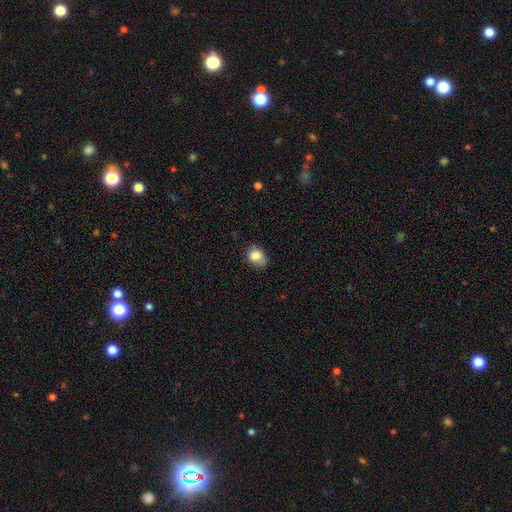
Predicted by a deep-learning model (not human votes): This appears to be a smooth galaxy with no disk features (83%) that is in between round and cigar-shaped (58%). Merging: none (60%).